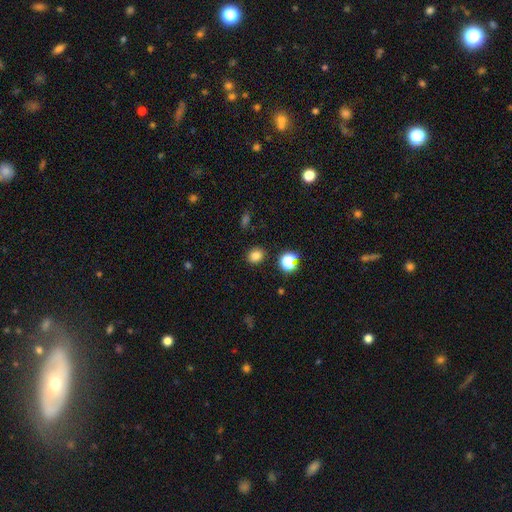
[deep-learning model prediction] smooth_or_featured: smooth (p=0.79) [alt: star or artifact p=0.16]
how_rounded: round (p=0.70) [alt: in between p=0.29]
merging: none (p=0.87) [alt: minor disturbance p=0.07]